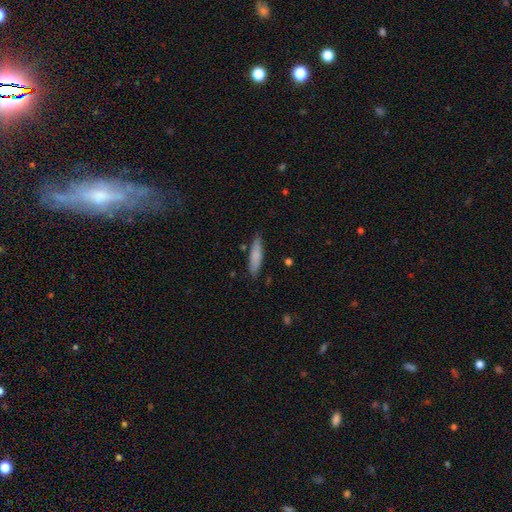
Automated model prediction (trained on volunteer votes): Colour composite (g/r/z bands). It shows a smooth galaxy with no disk features (78%) that is cigar-shaped (73%). Merging: none (82%).